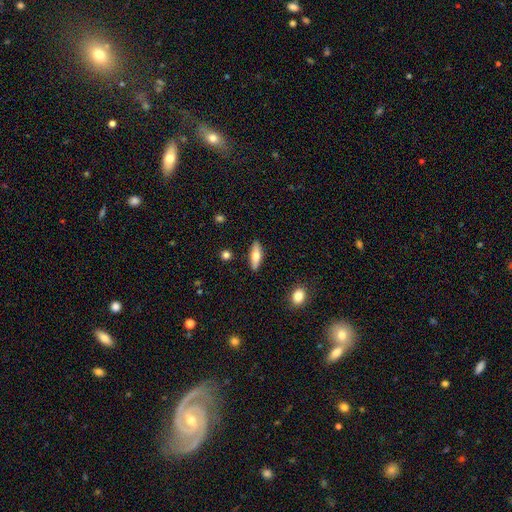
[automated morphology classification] A smooth galaxy with no disk features (63%) that is in between round and cigar-shaped (50%). Merging: none (87%).